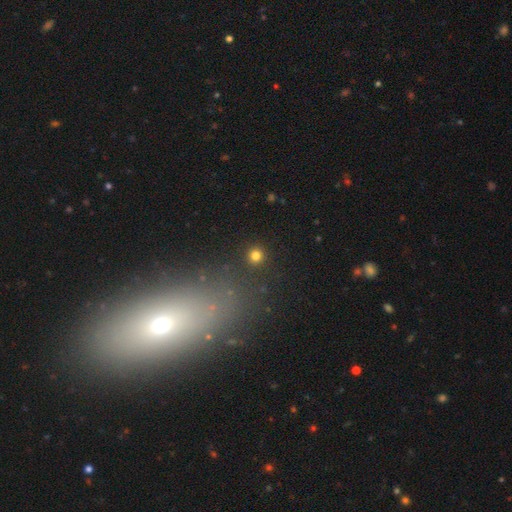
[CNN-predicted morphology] smooth_or_featured: smooth (p=0.80) [alt: star or artifact p=0.15]
how_rounded: round (p=0.95) [alt: in between p=0.04]
merging: none (p=0.91) [alt: minor disturbance p=0.04]